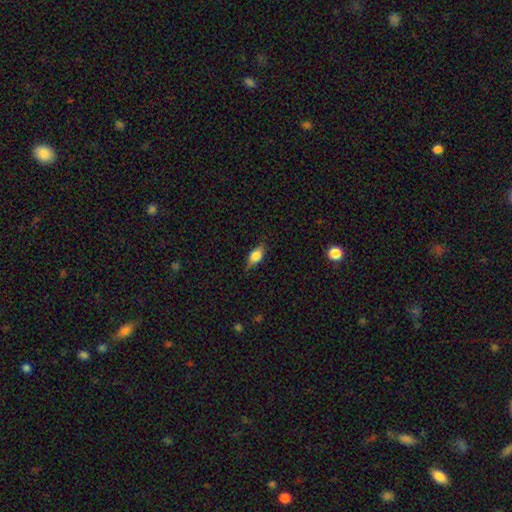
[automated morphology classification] A smooth galaxy with no disk features (74%) that is in between round and cigar-shaped (83%).

Vote fractions:
- Smooth or featured? smooth: 74% / featured or disk: 18% / star or artifact: 8%
- How rounded? in between: 83% / cigar-shaped: 10% / round: 8%
- Merging? none: 75% / minor disturbance: 20% / major disturbance: 4% / merger: 1%